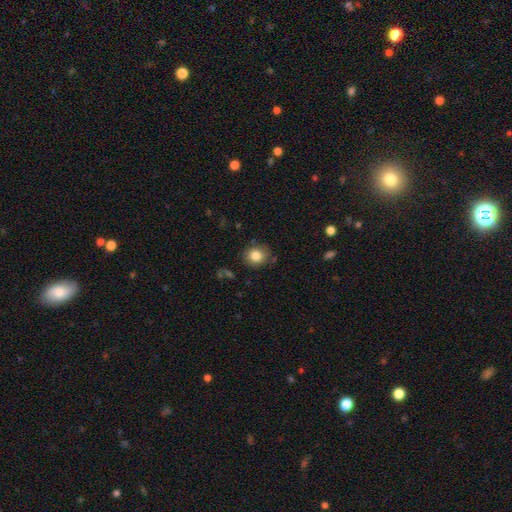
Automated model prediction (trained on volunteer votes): Q: Smooth or featured?
A: smooth (82%); runner-up: star or artifact (10%)
Q: How rounded?
A: round (75%); runner-up: in between (24%)
Q: Merging?
A: none (83%); runner-up: minor disturbance (12%)